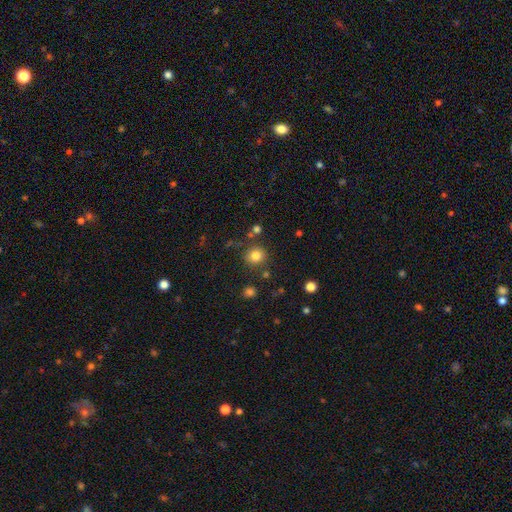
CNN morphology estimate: This is clearly a smooth galaxy (81%). How rounded: clearly round (90%). Merging: clearly none (81%).